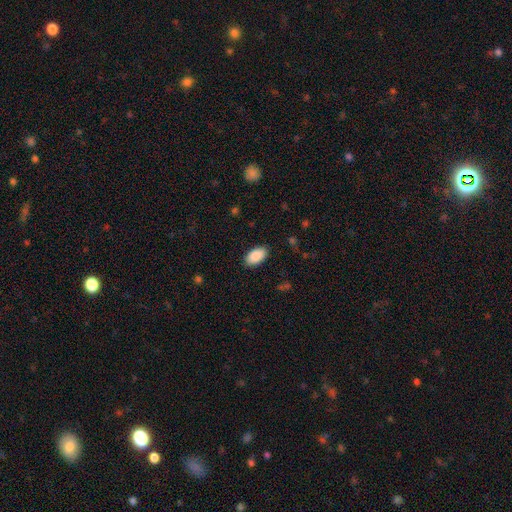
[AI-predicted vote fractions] This appears to be a smooth galaxy with no disk features (90%) that is in between round and cigar-shaped (95%). Merging: none (88%).